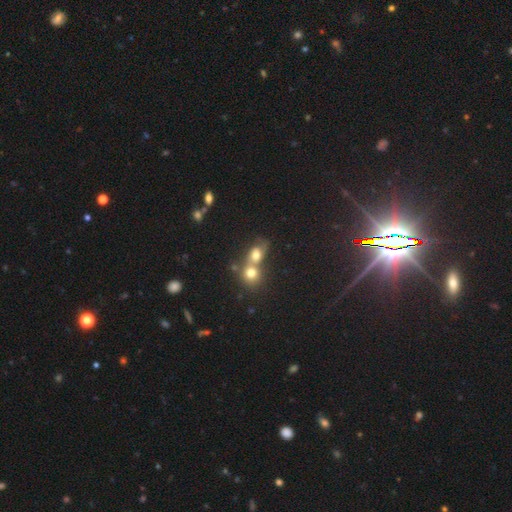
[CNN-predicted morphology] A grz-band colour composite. It shows a smooth galaxy with no disk features (64%) that is round (56%). Merging: merger (63%).